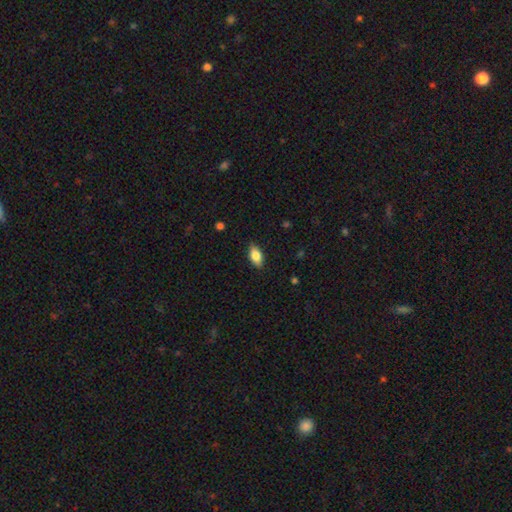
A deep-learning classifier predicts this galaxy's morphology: Smooth or featured? Predicted: smooth (p=0.80). How rounded? Predicted: in between (p=0.89). Merging? Predicted: none (p=0.85).